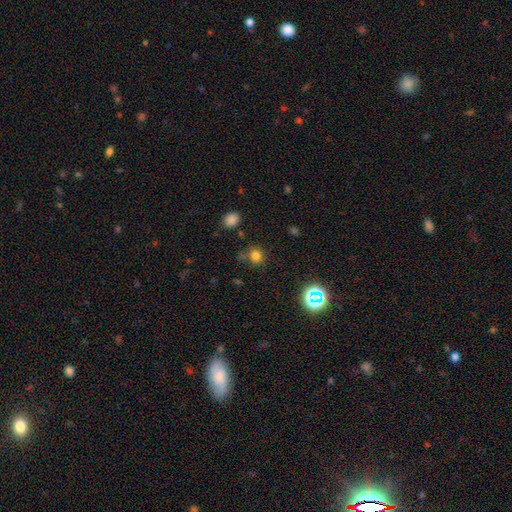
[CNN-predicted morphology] Smooth or featured? smooth (75%)
How rounded? round (76%)
Merging? none (71%)